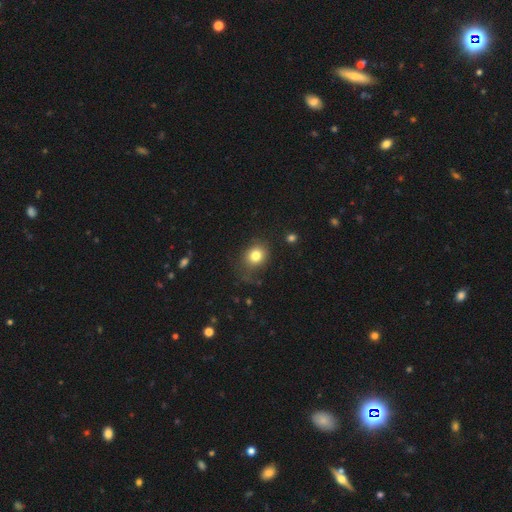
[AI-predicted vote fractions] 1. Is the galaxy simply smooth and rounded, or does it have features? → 81% smooth, 11% star or artifact, 8% featured or disk.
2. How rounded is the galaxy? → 70% round, 30% in between, 1% cigar-shaped.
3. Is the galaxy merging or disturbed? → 68% none, 21% minor disturbance, 9% major disturbance, 2% merger.